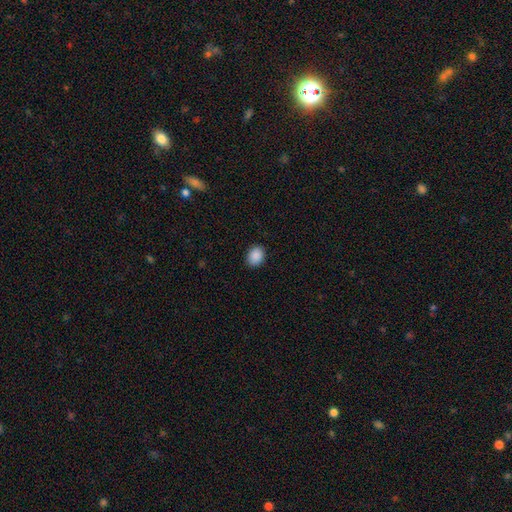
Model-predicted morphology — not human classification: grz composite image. It shows a smooth galaxy with no disk features (89%) that is in between round and cigar-shaped (51%). Merging: none (89%).